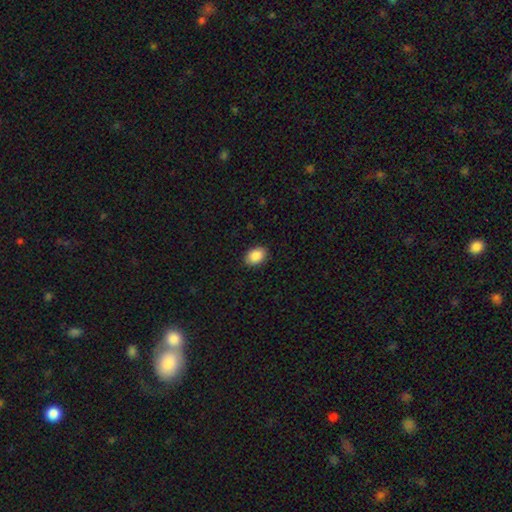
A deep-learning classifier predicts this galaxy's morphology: smooth_or_featured: smooth (p=0.89) [alt: star or artifact p=0.07]
how_rounded: in between (p=0.80) [alt: round p=0.19]
merging: none (p=0.89) [alt: minor disturbance p=0.08]